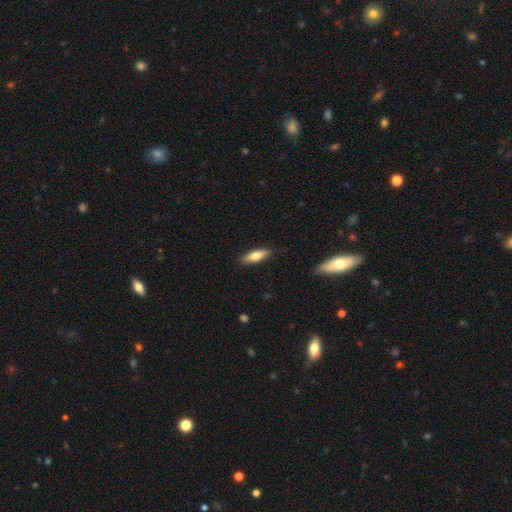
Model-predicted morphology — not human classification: A smooth galaxy with no disk features (68%) that is cigar-shaped (50%).

Vote fractions:
- Smooth or featured? smooth: 68% / featured or disk: 26% / star or artifact: 6%
- How rounded? cigar-shaped: 50% / in between: 48% / round: 2%
- Merging? none: 88% / minor disturbance: 9% / major disturbance: 2% / merger: 1%